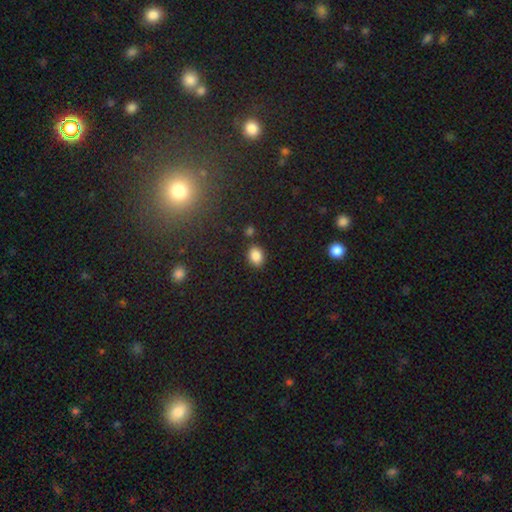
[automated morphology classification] Smooth or featured?
  - smooth: 86% *
  - star or artifact: 10%
  - featured or disk: 4%
How rounded?
  - in between: 70% *
  - round: 29%
  - cigar-shaped: 1%
Merging?
  - none: 82% *
  - minor disturbance: 11%
  - merger: 5%
  - major disturbance: 3%